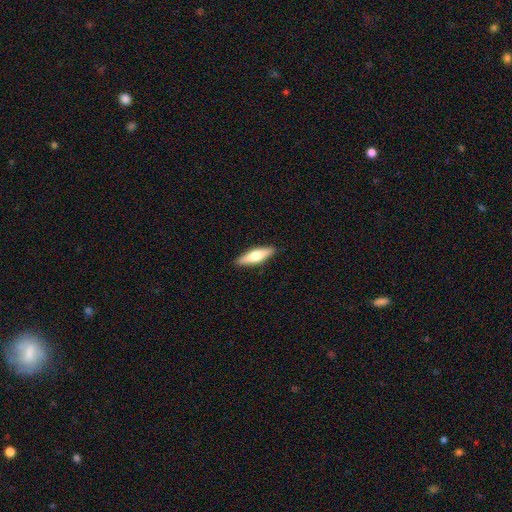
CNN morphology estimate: Smooth or featured? Predicted: smooth (p=0.56). How rounded? Predicted: cigar-shaped (p=0.57). Merging? Predicted: none (p=0.90).